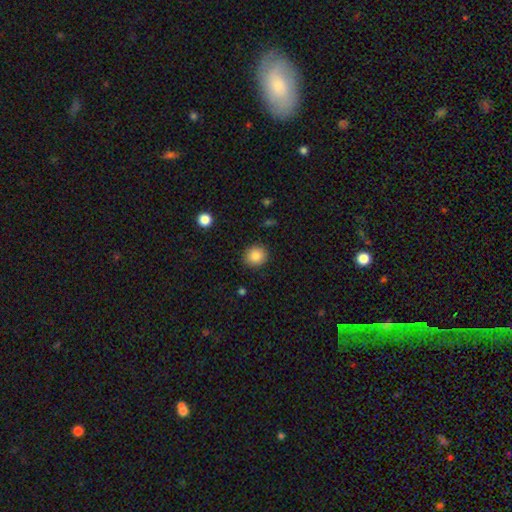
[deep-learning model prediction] Smooth or featured? smooth (85%)
How rounded? round (85%)
Merging? none (90%)